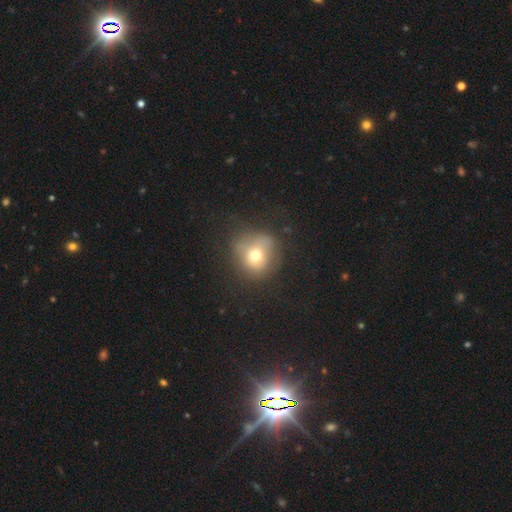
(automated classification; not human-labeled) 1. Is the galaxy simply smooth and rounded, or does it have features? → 64% smooth, 22% featured or disk, 14% star or artifact.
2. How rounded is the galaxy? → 82% round, 17% in between, 1% cigar-shaped.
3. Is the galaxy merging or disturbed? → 56% none, 24% minor disturbance, 17% major disturbance, 3% merger.